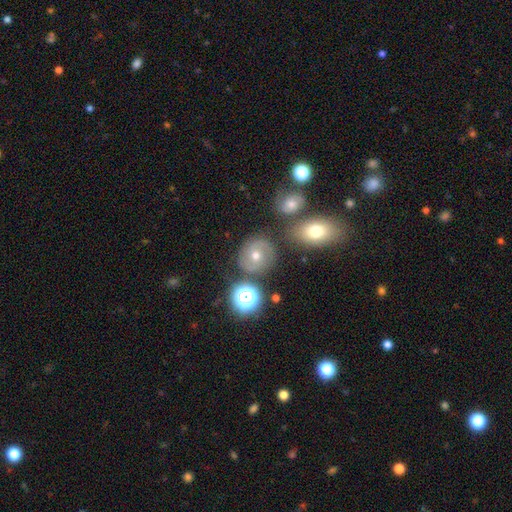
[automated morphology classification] Smooth or featured? smooth (42%)
Merging? none (74%)